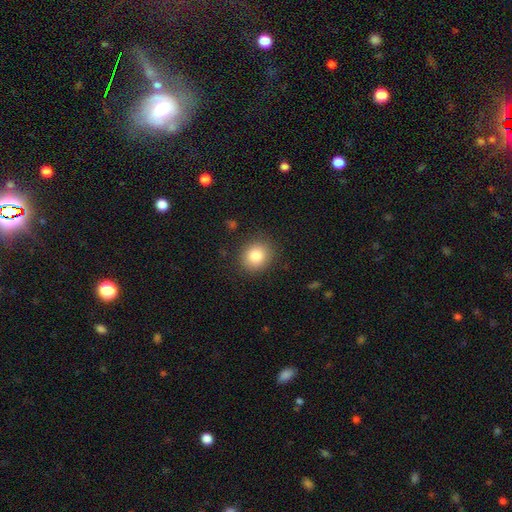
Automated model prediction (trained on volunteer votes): Morphology: type=smooth (84%); roundness=round (76%); merging=none (87%).